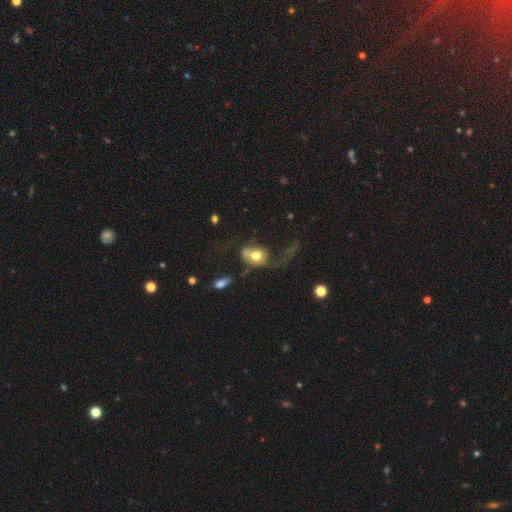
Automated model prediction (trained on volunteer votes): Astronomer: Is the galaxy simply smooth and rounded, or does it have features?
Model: smooth — 61%.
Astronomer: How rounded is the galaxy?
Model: in between — 64%.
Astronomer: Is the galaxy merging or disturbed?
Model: major disturbance — 54%.